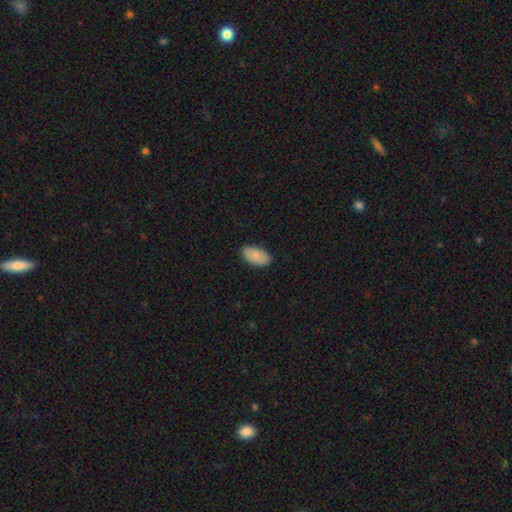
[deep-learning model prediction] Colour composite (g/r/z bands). It shows a smooth galaxy with no disk features (84%) that is in between round and cigar-shaped (95%). Merging: none (86%).